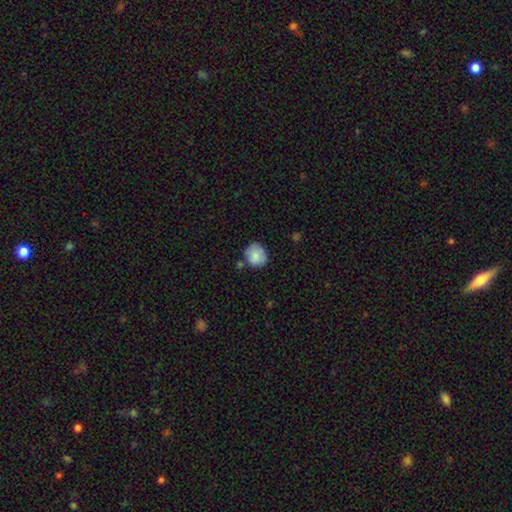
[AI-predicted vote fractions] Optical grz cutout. It shows a smooth galaxy with no disk features (84%) that is round (77%). Merging: none (68%).